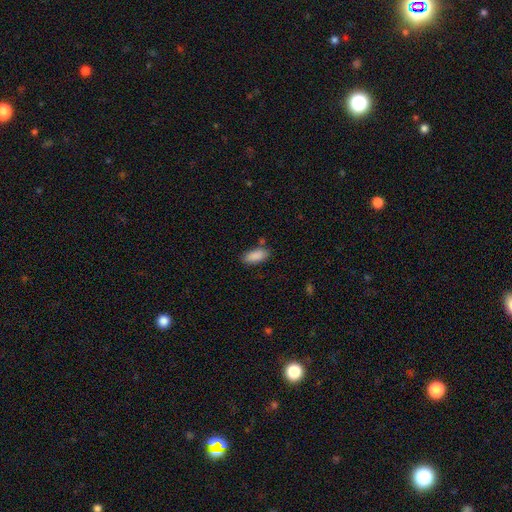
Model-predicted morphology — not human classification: The model was most divided on "merging": none: 79%, minor disturbance: 13%, merger: 5%, major disturbance: 3%. More confident: smooth or featured — smooth (89%); how rounded — in between (88%).